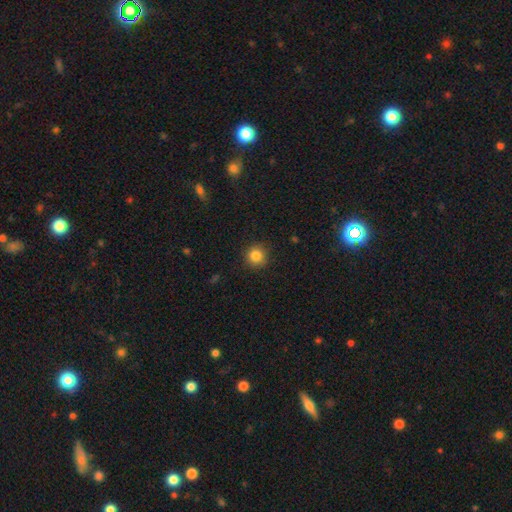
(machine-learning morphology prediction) Smooth or featured? Predicted: smooth (p=0.84). How rounded? Predicted: round (p=0.94). Merging? Predicted: none (p=0.90).